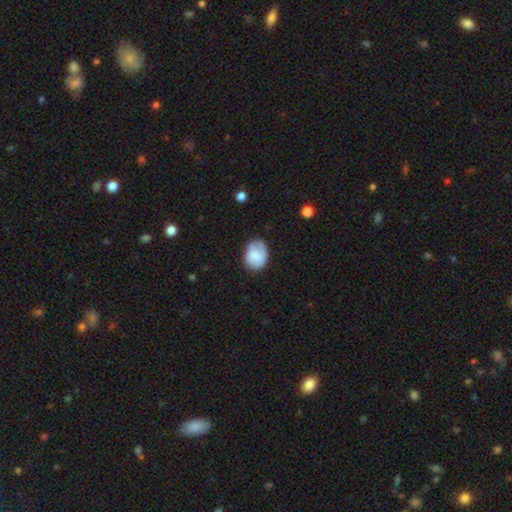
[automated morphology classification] Smooth or featured: smooth — 66% (featured or disk — 27%)
How rounded: in between — 57% (round — 42%)
Merging: none — 62% (minor disturbance — 28%)